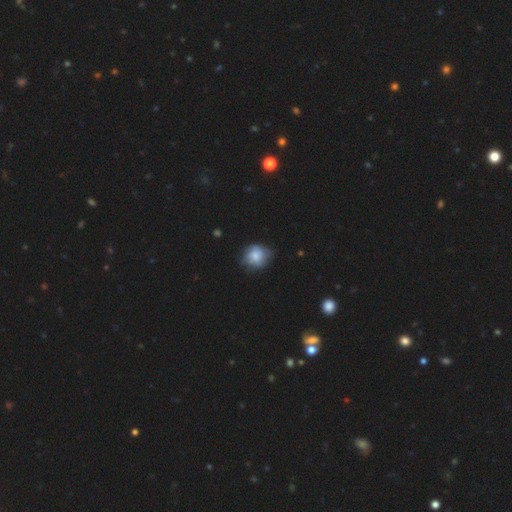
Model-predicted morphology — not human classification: Smooth or featured? smooth (71%)
How rounded? round (72%)
Merging? none (63%)